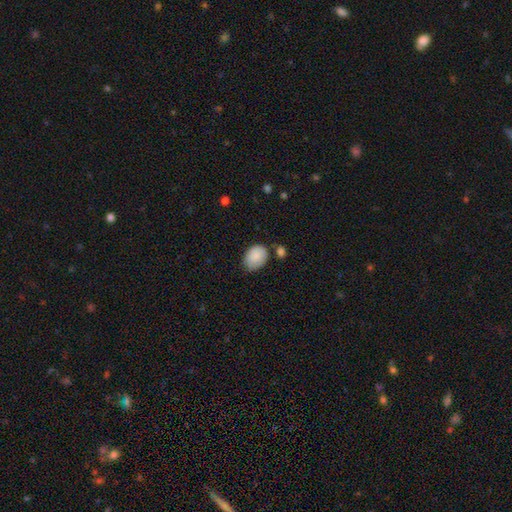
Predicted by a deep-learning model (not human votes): smooth 86%, featured or disk 7%, star or artifact 7%. Down the decision tree: how rounded — in between (78%); merging — none (62%).